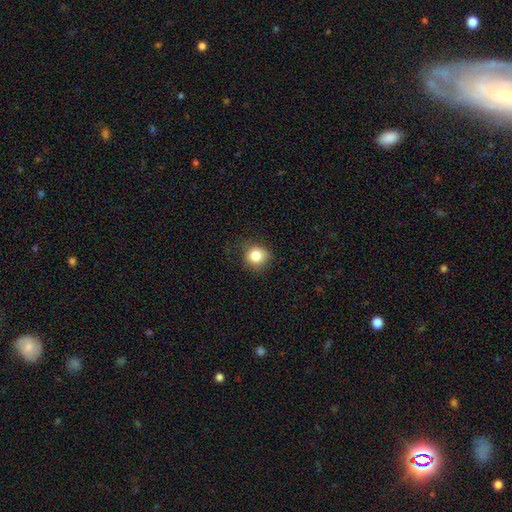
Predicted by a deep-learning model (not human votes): Smooth or featured? Predicted: smooth (p=0.83). How rounded? Predicted: round (p=0.89). Merging? Predicted: none (p=0.80).